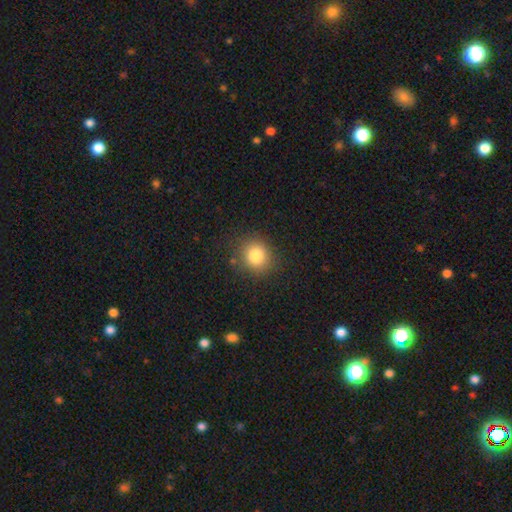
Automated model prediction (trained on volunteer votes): A smooth galaxy with no disk features (81%) that is round (82%).

Vote fractions:
- Smooth or featured? smooth: 81% / star or artifact: 12% / featured or disk: 7%
- How rounded? round: 82% / in between: 17% / cigar-shaped: 1%
- Merging? none: 86% / minor disturbance: 9% / major disturbance: 3% / merger: 2%